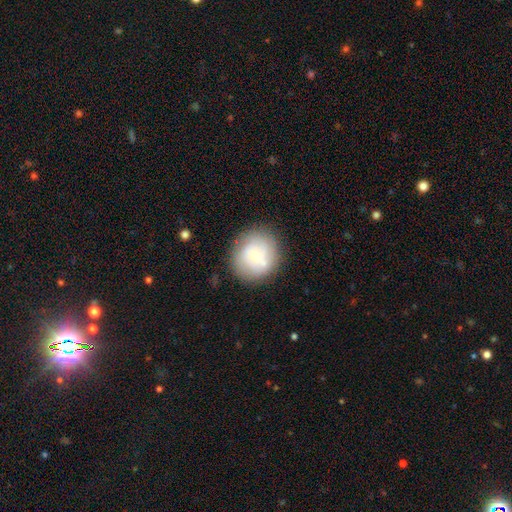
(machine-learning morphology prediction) Overall: smooth (61%; featured or disk 30%). How rounded: round (86%). Merging: none (78%).